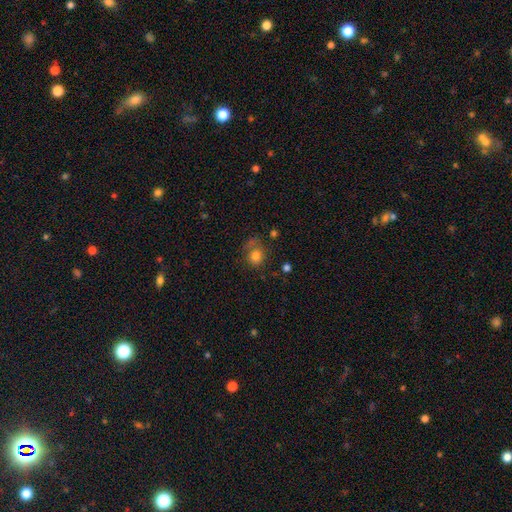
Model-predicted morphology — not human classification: Smooth or featured? smooth (79%)
How rounded? round (67%)
Merging? none (54%)